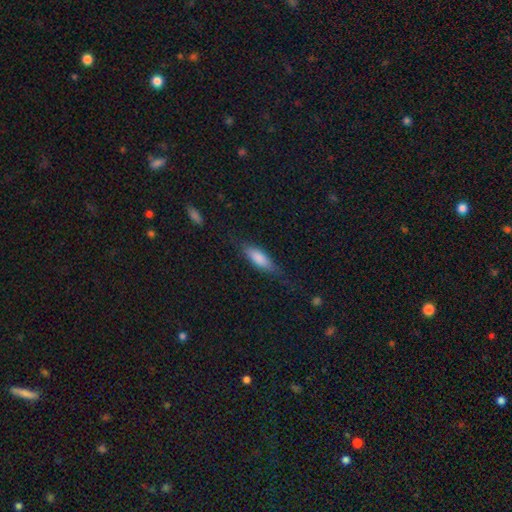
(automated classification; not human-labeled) The model was most divided on "how rounded": in between: 51%, cigar-shaped: 46%, round: 2%. More confident: smooth or featured — smooth (74%); merging — none (69%).